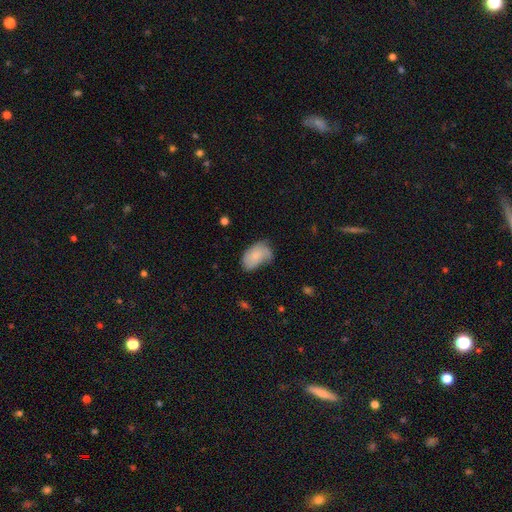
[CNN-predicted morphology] A smooth galaxy with no disk features (73%) that is in between round and cigar-shaped (91%).

Vote fractions:
- Smooth or featured? smooth: 73% / featured or disk: 20% / star or artifact: 7%
- How rounded? in between: 91% / round: 8% / cigar-shaped: 1%
- Merging? none: 40% / minor disturbance: 39% / major disturbance: 17% / merger: 5%